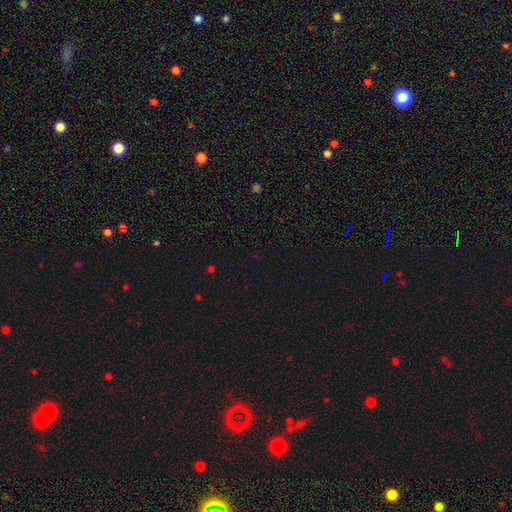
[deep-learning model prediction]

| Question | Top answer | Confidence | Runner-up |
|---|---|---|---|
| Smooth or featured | star or artifact | 67% | smooth (26%) |